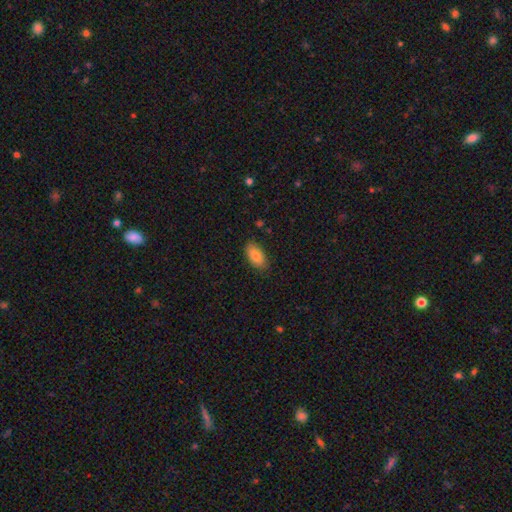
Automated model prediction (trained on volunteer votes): A smooth galaxy with no disk features (84%) that is in between round and cigar-shaped (93%). Merging: none (83%).